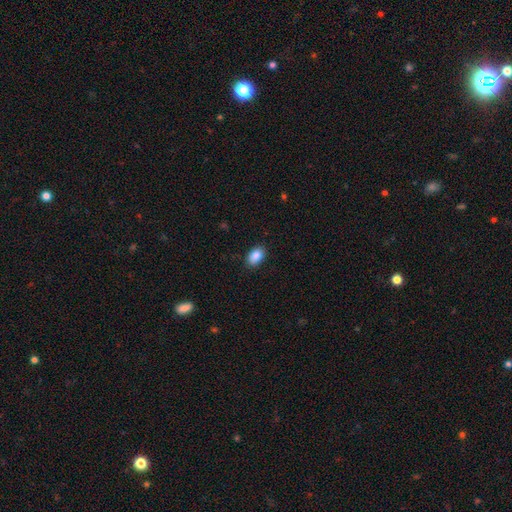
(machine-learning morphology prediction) smooth-or-featured: smooth: 88% | star or artifact: 7% | featured or disk: 4%
  how-rounded: in between: 89% | round: 10% | cigar-shaped: 1%
  merging: none: 88% | minor disturbance: 9% | major disturbance: 2% | merger: 1%